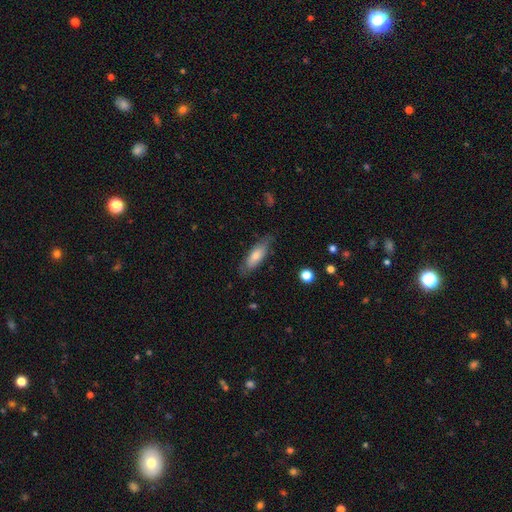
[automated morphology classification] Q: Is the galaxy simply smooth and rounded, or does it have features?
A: smooth — 66%.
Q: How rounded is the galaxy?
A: in between — 56%.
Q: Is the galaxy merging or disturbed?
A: none — 77%.